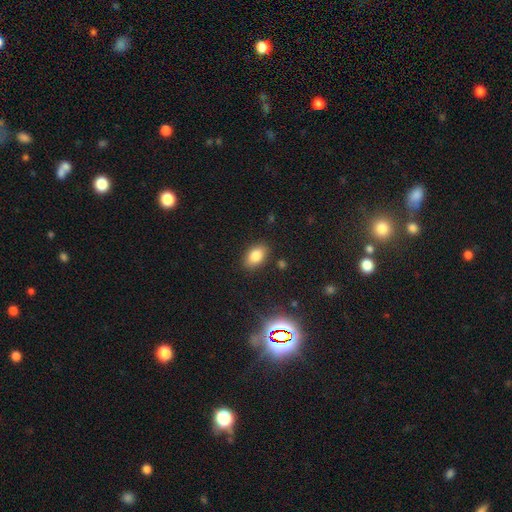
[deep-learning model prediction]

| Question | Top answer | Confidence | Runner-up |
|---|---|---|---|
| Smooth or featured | smooth | 82% | star or artifact (11%) |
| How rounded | in between | 90% | round (8%) |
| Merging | none | 86% | minor disturbance (10%) |